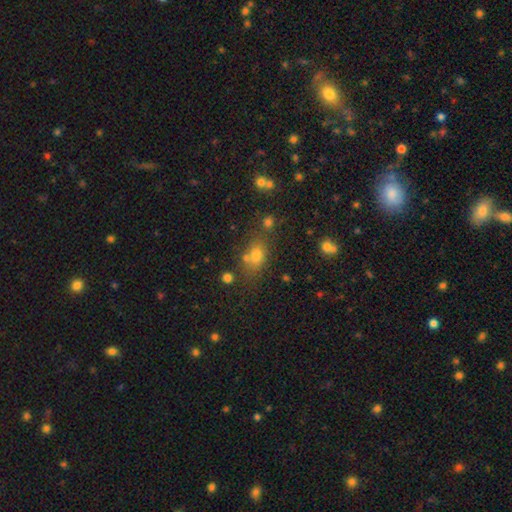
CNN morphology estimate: Overall: smooth (66%). How rounded: in between (59%; round 36%). Merging: none (64%).